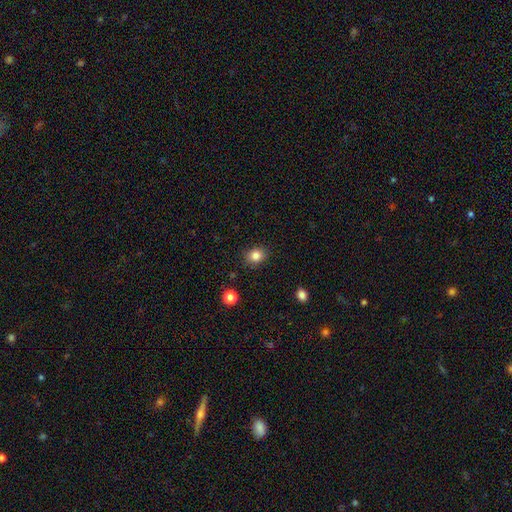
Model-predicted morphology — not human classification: type=smooth (83%); roundness=round (57%); merging=none (87%).